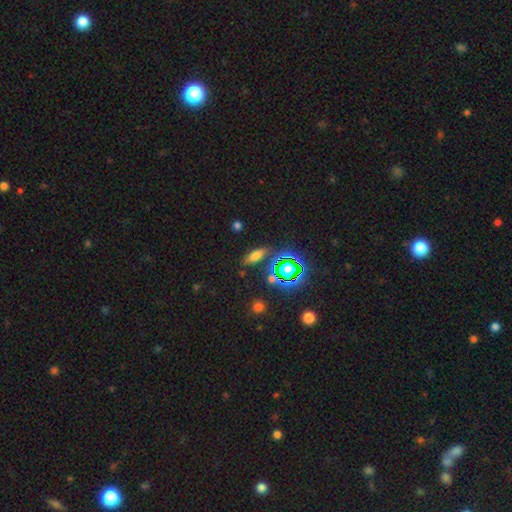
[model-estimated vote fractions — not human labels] smooth_or_featured: smooth (p=0.61) [alt: star or artifact p=0.26]
how_rounded: in between (p=0.66) [alt: cigar-shaped p=0.26]
merging: none (p=0.78) [alt: minor disturbance p=0.12]